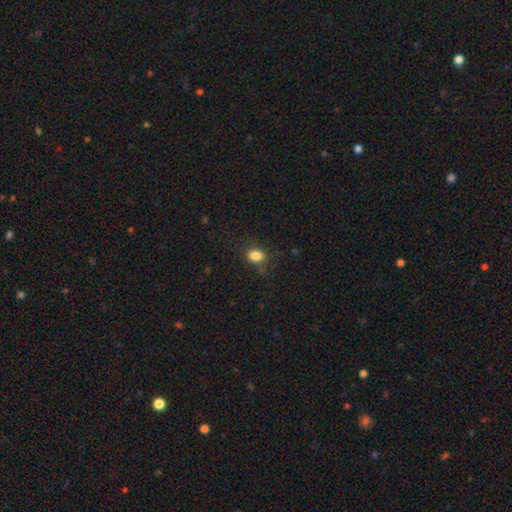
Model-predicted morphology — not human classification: Q: Smooth or featured?
A: smooth (83%); runner-up: star or artifact (11%)
Q: How rounded?
A: in between (59%); runner-up: round (39%)
Q: Merging?
A: none (77%); runner-up: minor disturbance (16%)